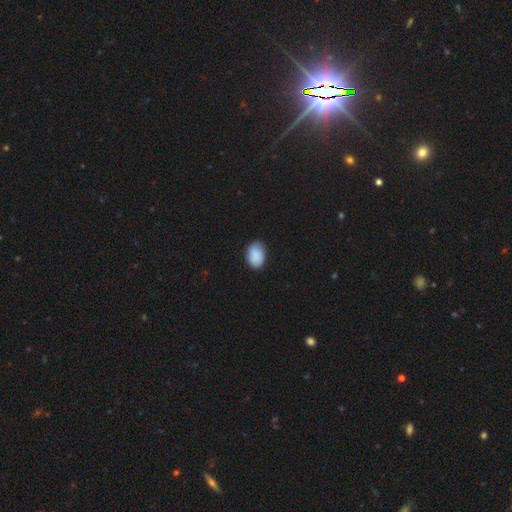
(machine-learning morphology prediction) Smooth or featured?
  - smooth: 89% *
  - star or artifact: 7%
  - featured or disk: 5%
How rounded?
  - in between: 78% *
  - round: 21%
  - cigar-shaped: 1%
Merging?
  - none: 81% *
  - minor disturbance: 16%
  - major disturbance: 3%
  - merger: 1%